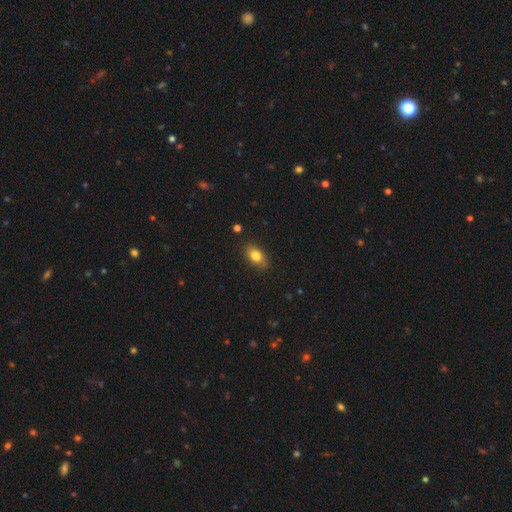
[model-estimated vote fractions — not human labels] Smooth or featured? Predicted: smooth (p=0.81). How rounded? Predicted: in between (p=0.83). Merging? Predicted: none (p=0.82).